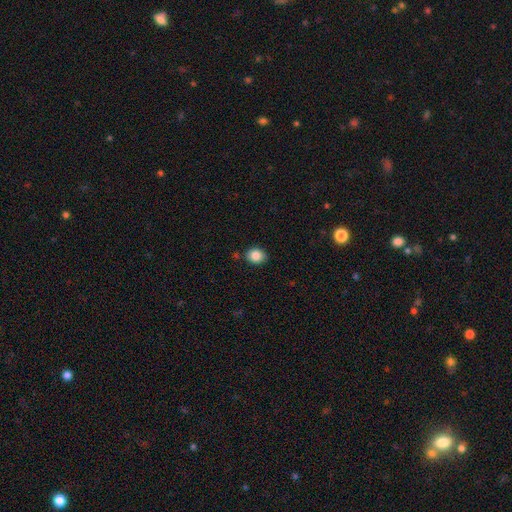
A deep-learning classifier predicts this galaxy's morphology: smooth_or_featured: smooth (p=0.86) [alt: star or artifact p=0.09]
how_rounded: round (p=0.55) [alt: in between p=0.44]
merging: none (p=0.84) [alt: minor disturbance p=0.11]